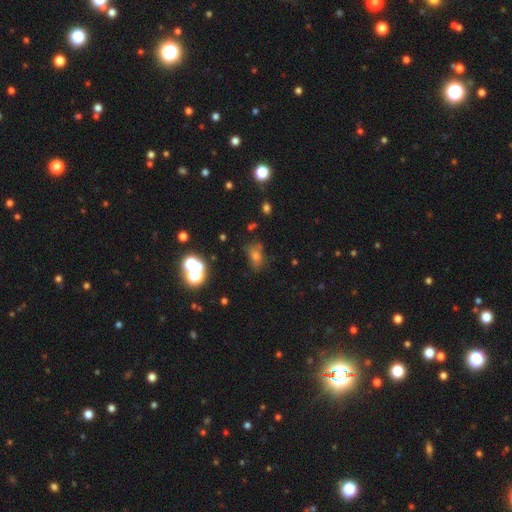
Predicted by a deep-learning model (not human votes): Smooth or featured?
  - smooth: 62% *
  - star or artifact: 24%
  - featured or disk: 14%
How rounded?
  - in between: 72% *
  - round: 25%
  - cigar-shaped: 3%
Merging?
  - none: 64% *
  - minor disturbance: 19%
  - merger: 9%
  - major disturbance: 8%